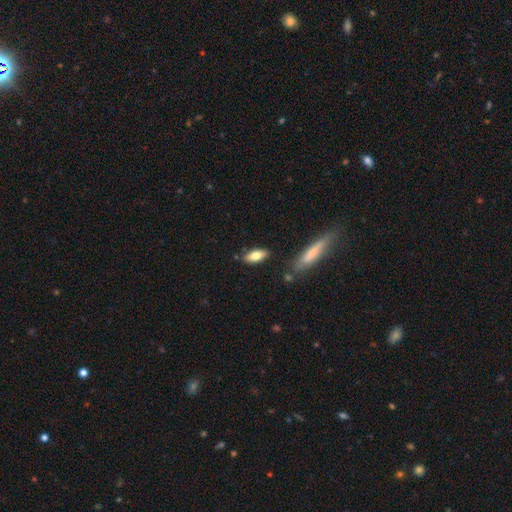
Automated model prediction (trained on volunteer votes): Smooth or featured: smooth — 76% (featured or disk — 18%)
How rounded: in between — 75% (cigar-shaped — 23%)
Merging: none — 82% (minor disturbance — 12%)